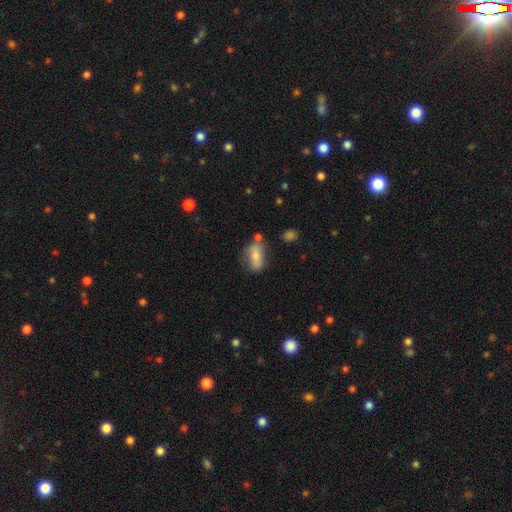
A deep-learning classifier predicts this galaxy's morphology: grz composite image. It shows a smooth galaxy with no disk features (68%) that is in between round and cigar-shaped (84%). Merging: none (51%).